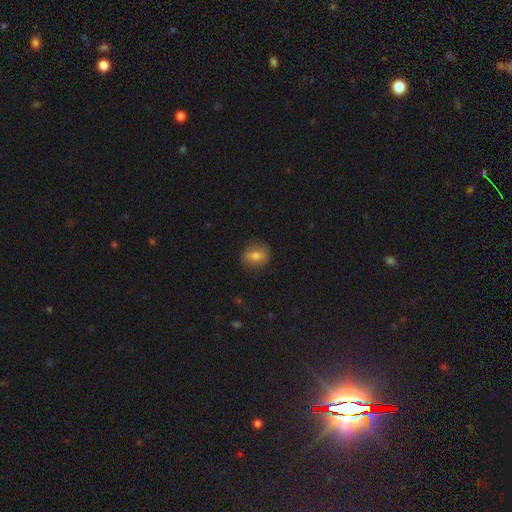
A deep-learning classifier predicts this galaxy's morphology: Smooth or featured: smooth — 68% (featured or disk — 23%)
How rounded: round — 57% (in between — 40%)
Merging: none — 84% (minor disturbance — 11%)